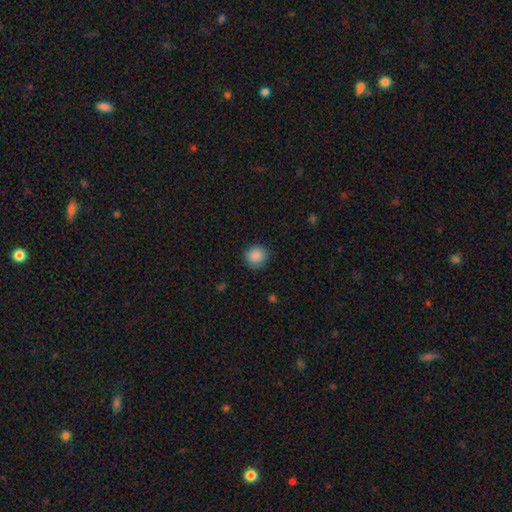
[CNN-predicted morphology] smooth-or-featured: smooth: 88% | star or artifact: 8% | featured or disk: 4%
  how-rounded: round: 89% | in between: 10% | cigar-shaped: 1%
  merging: none: 83% | minor disturbance: 13% | major disturbance: 3% | merger: 1%